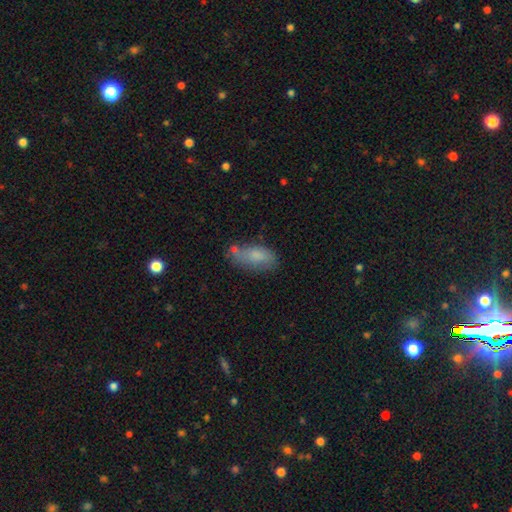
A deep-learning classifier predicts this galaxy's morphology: Smooth or featured? smooth (77%)
How rounded? in between (88%)
Merging? none (59%)